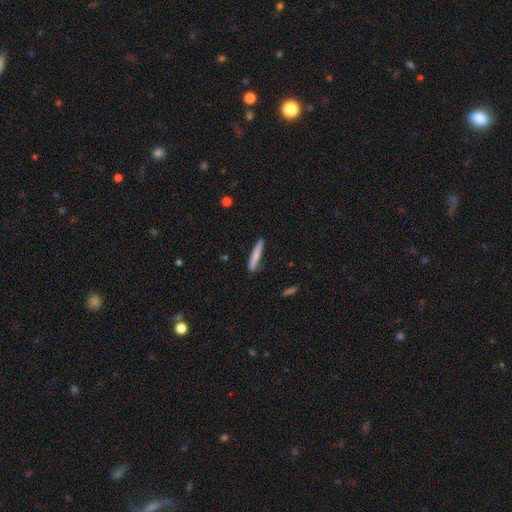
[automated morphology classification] smooth-or-featured: smooth: 75% | featured or disk: 20% | star or artifact: 6%
  how-rounded: cigar-shaped: 94% | in between: 4% | round: 1%
  merging: none: 86% | minor disturbance: 10% | major disturbance: 2% | merger: 2%